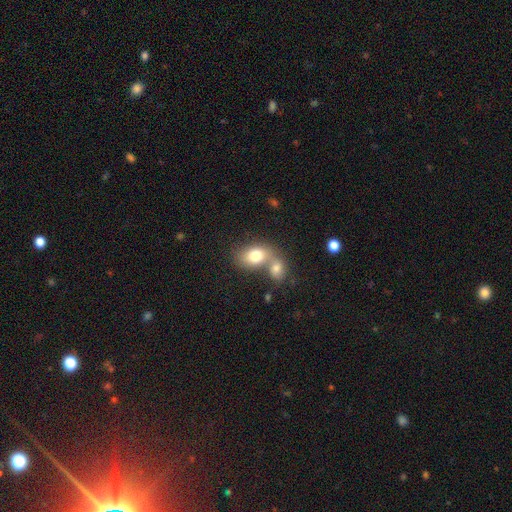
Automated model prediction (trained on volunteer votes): Smooth or featured?
  - smooth: 77% *
  - featured or disk: 15%
  - star or artifact: 8%
How rounded?
  - in between: 73% *
  - round: 26%
  - cigar-shaped: 1%
Merging?
  - merger: 62% *
  - none: 26%
  - minor disturbance: 8%
  - major disturbance: 5%